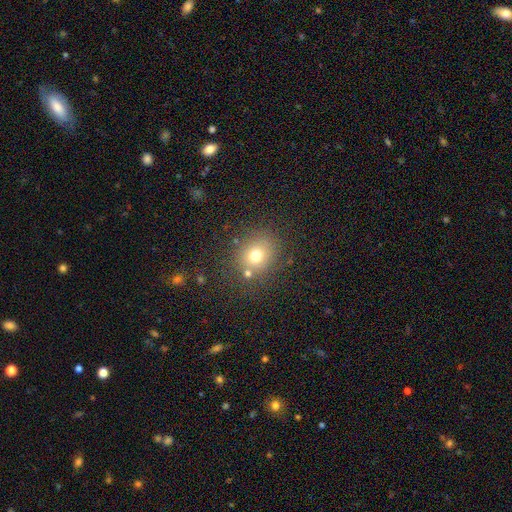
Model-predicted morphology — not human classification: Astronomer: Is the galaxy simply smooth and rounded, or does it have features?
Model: smooth — 71%.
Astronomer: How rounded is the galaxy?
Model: round — 73%.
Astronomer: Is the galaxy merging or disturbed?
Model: none — 75%.